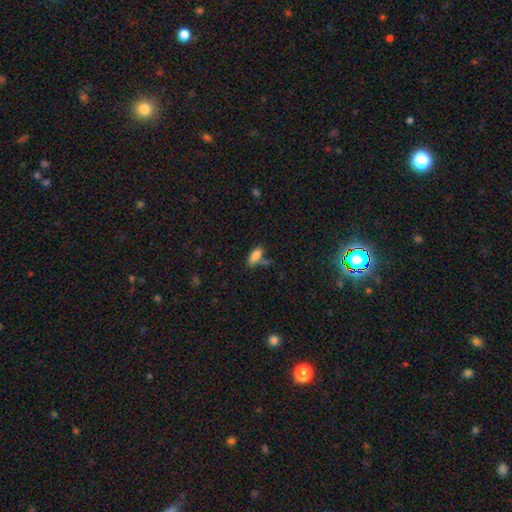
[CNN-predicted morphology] Overall: smooth (84%). How rounded: in between (85%). Merging: none (59%; minor disturbance 20%).